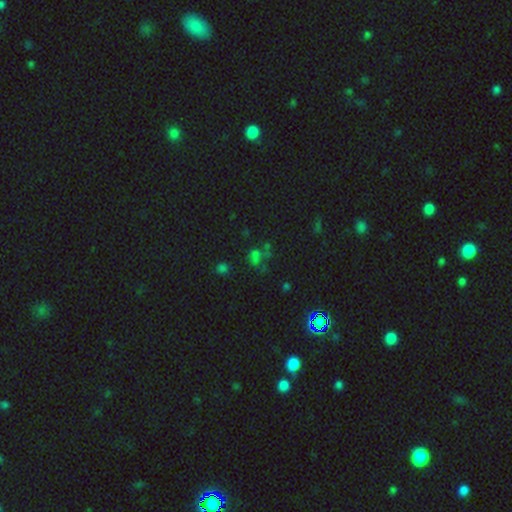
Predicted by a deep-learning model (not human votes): Smooth or featured? Predicted: star or artifact (p=0.47).